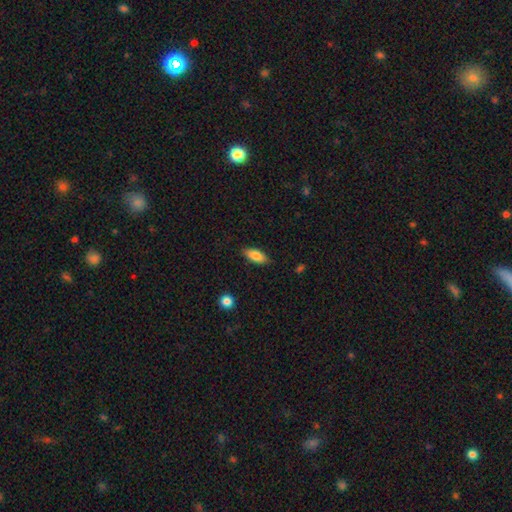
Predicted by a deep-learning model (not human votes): smooth-or-featured: smooth: 82% | featured or disk: 11% | star or artifact: 7%
  how-rounded: in between: 83% | cigar-shaped: 15% | round: 2%
  merging: none: 86% | minor disturbance: 11% | major disturbance: 2% | merger: 1%